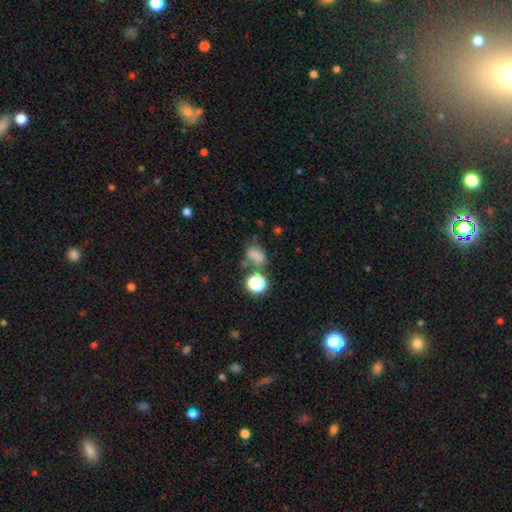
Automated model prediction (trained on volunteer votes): This appears to be a smooth galaxy with no disk features (71%) that is in between round and cigar-shaped (69%). Merging: none (49%).